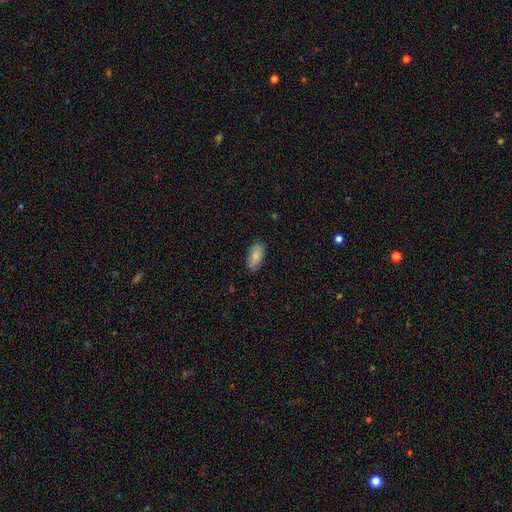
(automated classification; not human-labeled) smooth_or_featured: smooth (p=0.86) [alt: featured or disk p=0.07]
how_rounded: in between (p=0.93) [alt: cigar-shaped p=0.05]
merging: none (p=0.85) [alt: minor disturbance p=0.12]